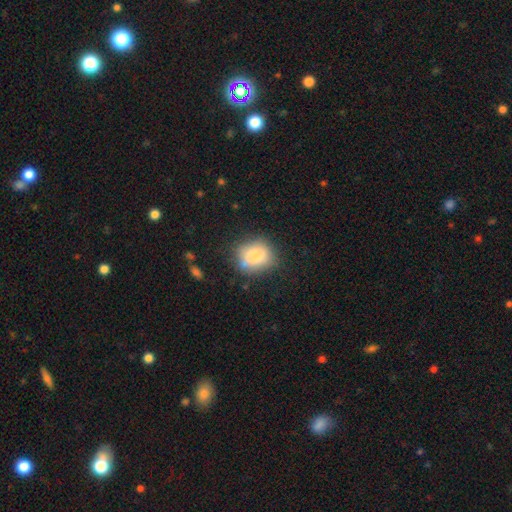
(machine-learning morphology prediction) Smooth or featured? smooth (82%)
How rounded? round (58%)
Merging? none (68%)